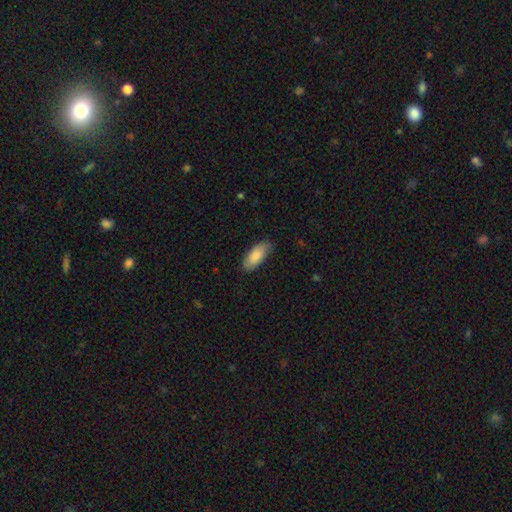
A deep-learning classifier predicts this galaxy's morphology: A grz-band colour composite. It shows a smooth galaxy with no disk features (85%) that is in between round and cigar-shaped (82%). Merging: none (82%).